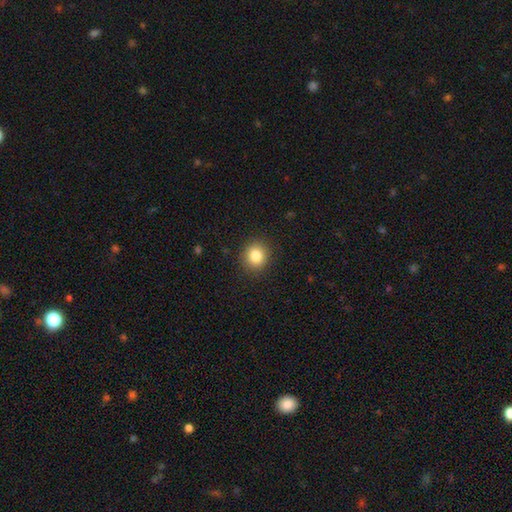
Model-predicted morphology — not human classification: The model was most divided on "smooth or featured": smooth: 83%, star or artifact: 11%, featured or disk: 6%. More confident: merging — none (91%); how rounded — round (86%).